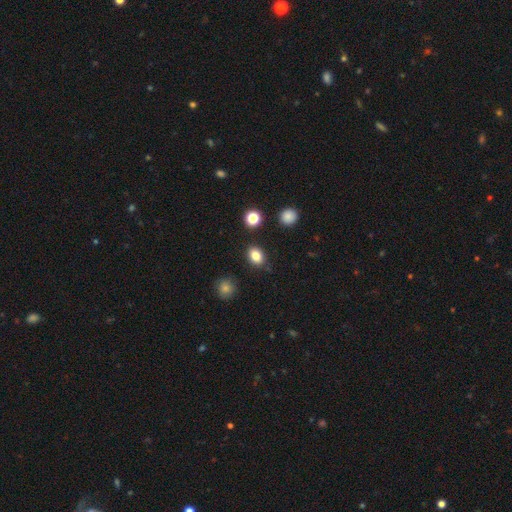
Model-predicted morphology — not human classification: Q: Smooth or featured?
A: smooth (83%); runner-up: star or artifact (11%)
Q: How rounded?
A: in between (64%); runner-up: round (34%)
Q: Merging?
A: none (85%); runner-up: minor disturbance (10%)